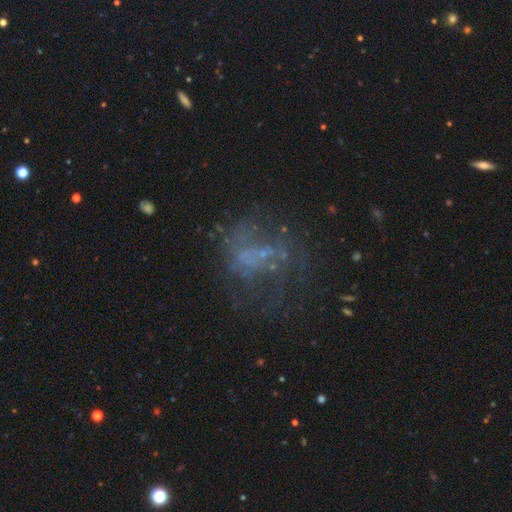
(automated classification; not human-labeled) smooth-or-featured: featured or disk: 48% | star or artifact: 28% | smooth: 25%
  merging: none: 48% | major disturbance: 30% | minor disturbance: 17% | merger: 6%